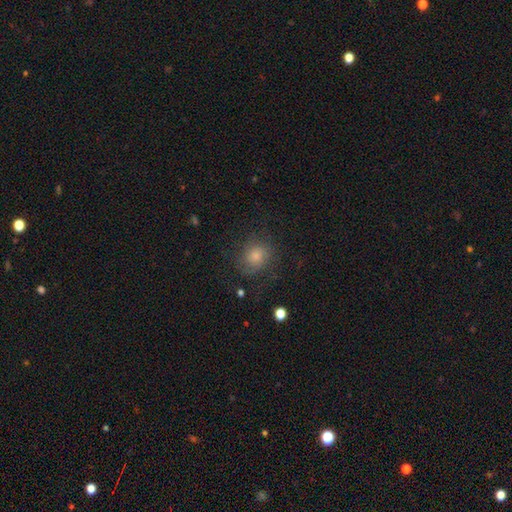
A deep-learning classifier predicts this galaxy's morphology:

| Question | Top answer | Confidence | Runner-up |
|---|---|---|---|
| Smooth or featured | smooth | 48% | featured or disk (32%) |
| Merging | none | 72% | minor disturbance (16%) |